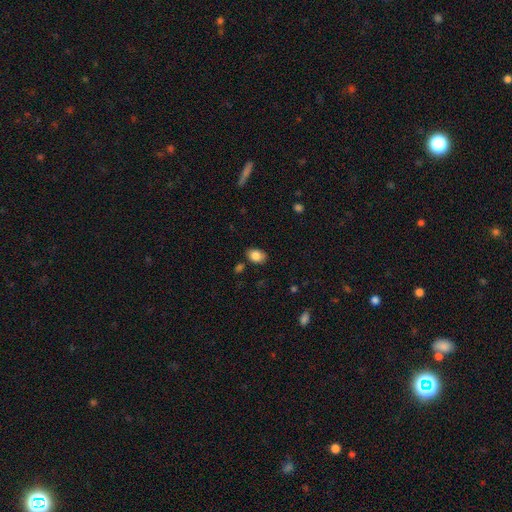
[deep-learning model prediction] smooth-or-featured: smooth: 84% | star or artifact: 9% | featured or disk: 7%
  how-rounded: in between: 79% | round: 20% | cigar-shaped: 1%
  merging: none: 82% | minor disturbance: 12% | merger: 3% | major disturbance: 3%